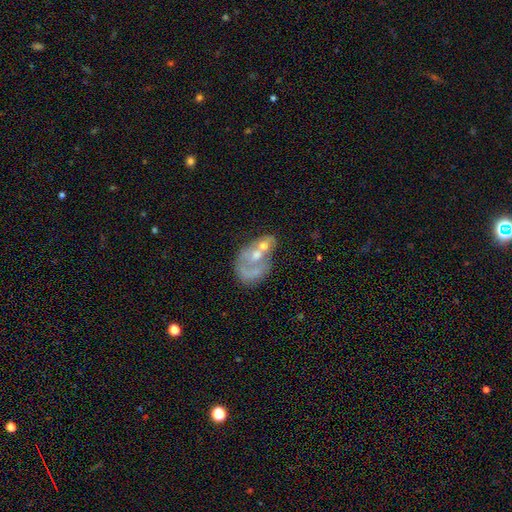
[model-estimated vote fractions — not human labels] Overall: featured or disk (58%; smooth 33%). Edge-on disk: no (97%). Bar: no (84%). Spiral arms: no (75%). Bulge size: moderate (53%; small 19%). Merging: merger (51%; major disturbance 21%).